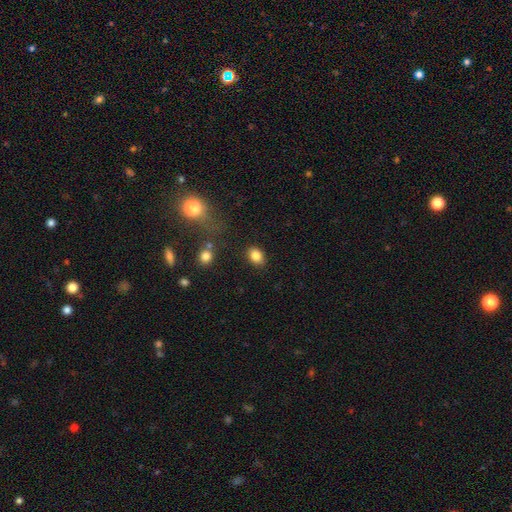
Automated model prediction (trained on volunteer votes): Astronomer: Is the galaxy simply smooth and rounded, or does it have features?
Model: smooth — 85%.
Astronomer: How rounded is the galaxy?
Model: in between — 72%.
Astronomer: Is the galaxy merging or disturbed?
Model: none — 83%.